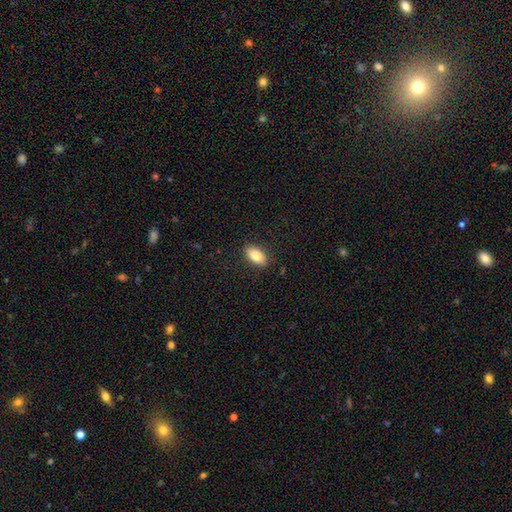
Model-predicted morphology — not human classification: Smooth or featured? Predicted: smooth (p=0.83). How rounded? Predicted: in between (p=0.90). Merging? Predicted: none (p=0.87).